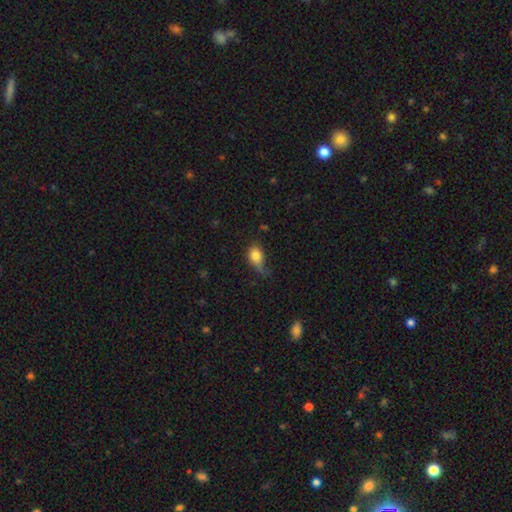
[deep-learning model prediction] smooth_or_featured: smooth (p=0.78) [alt: featured or disk p=0.14]
how_rounded: in between (p=0.67) [alt: round p=0.30]
merging: major disturbance (p=0.33) [alt: minor disturbance p=0.32]